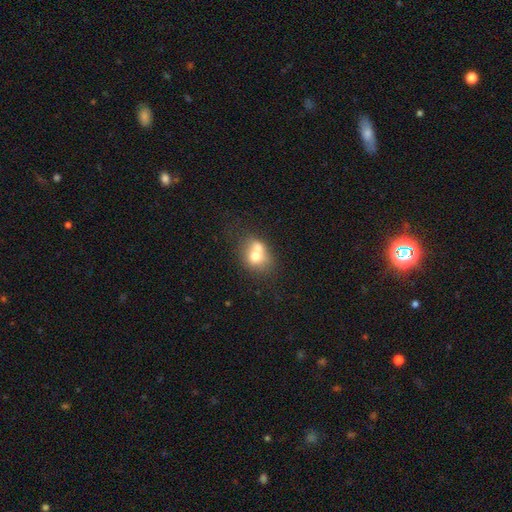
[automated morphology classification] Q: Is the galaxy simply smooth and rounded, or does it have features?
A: smooth — 66%.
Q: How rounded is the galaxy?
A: round — 58%.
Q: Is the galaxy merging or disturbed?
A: merger — 58%.